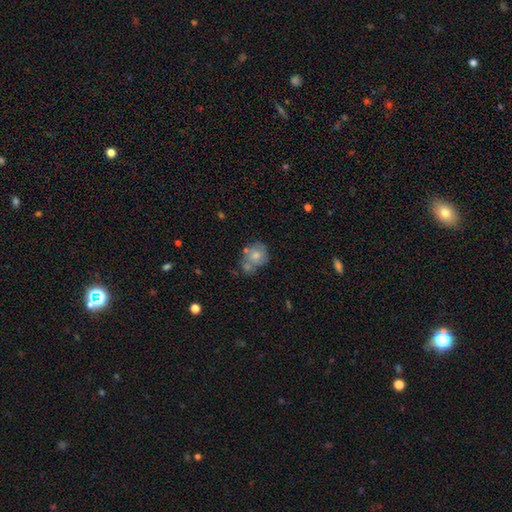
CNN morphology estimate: Smooth or featured?
  - smooth: 61% *
  - featured or disk: 31%
  - star or artifact: 9%
How rounded?
  - round: 60% *
  - in between: 38%
  - cigar-shaped: 1%
Merging?
  - none: 39% *
  - merger: 29%
  - minor disturbance: 22%
  - major disturbance: 9%